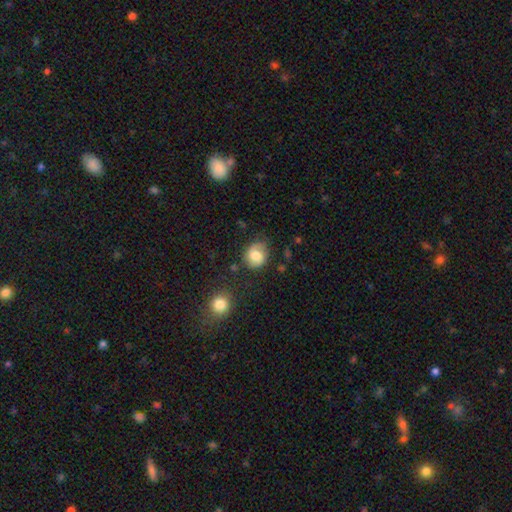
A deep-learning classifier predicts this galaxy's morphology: This appears to be a smooth galaxy with no disk features (62%) that is round (68%). Merging: none (67%).